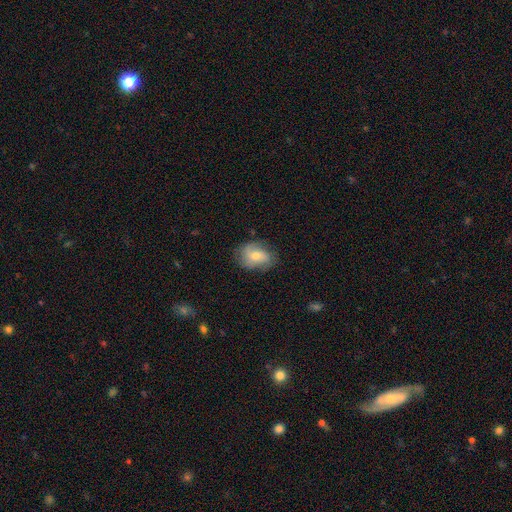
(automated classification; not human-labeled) smooth-or-featured: featured or disk: 48% | smooth: 43% | star or artifact: 9%
  merging: none: 73% | minor disturbance: 20% | major disturbance: 6% | merger: 1%